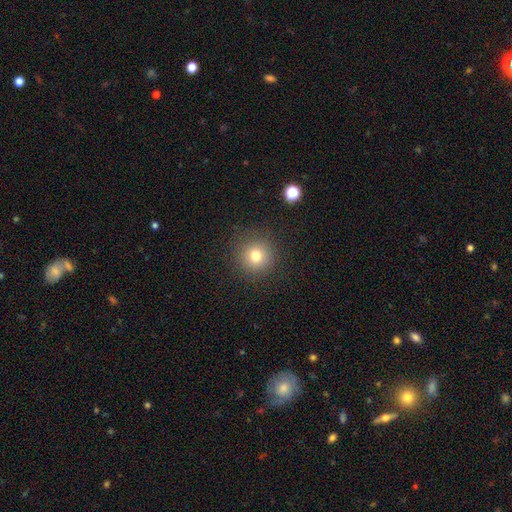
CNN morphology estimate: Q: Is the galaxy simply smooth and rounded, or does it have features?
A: smooth — 76%.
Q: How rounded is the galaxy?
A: round — 95%.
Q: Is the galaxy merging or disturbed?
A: none — 89%.